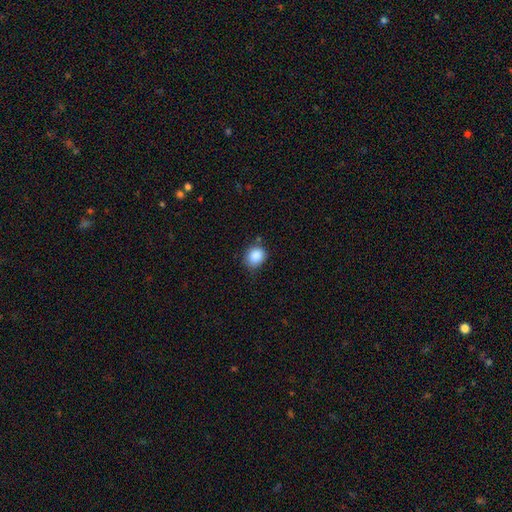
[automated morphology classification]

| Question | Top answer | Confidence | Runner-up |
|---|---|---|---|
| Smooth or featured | smooth | 87% | star or artifact (9%) |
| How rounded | round | 69% | in between (30%) |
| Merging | none | 70% | minor disturbance (23%) |